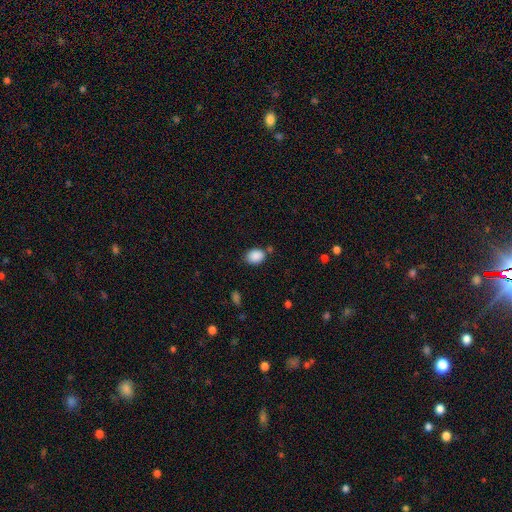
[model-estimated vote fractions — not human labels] Morphology: type=smooth (88%); roundness=in between (63%); merging=none (74%).